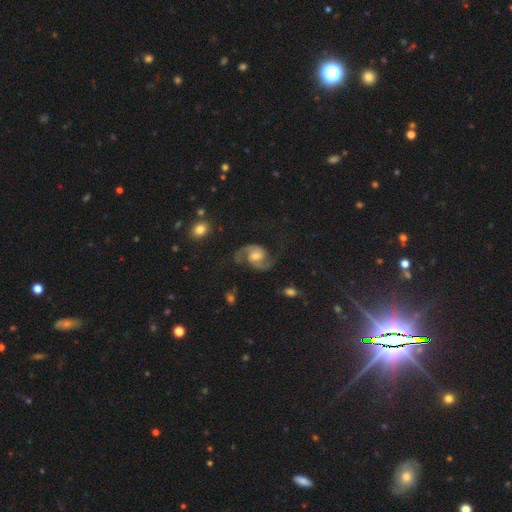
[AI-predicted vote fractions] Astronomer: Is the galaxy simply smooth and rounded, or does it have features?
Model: featured or disk — 87%.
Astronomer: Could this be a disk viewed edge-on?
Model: no — 98%.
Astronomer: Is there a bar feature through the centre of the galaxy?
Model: no — 57% (runner-up: weak, 34%).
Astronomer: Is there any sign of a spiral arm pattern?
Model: yes — 97%.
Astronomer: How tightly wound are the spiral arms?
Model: medium — 51% (runner-up: loose, 37%).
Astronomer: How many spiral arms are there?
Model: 2 — 93%.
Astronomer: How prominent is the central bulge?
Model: moderate — 57%.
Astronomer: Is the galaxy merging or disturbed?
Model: none — 73%.